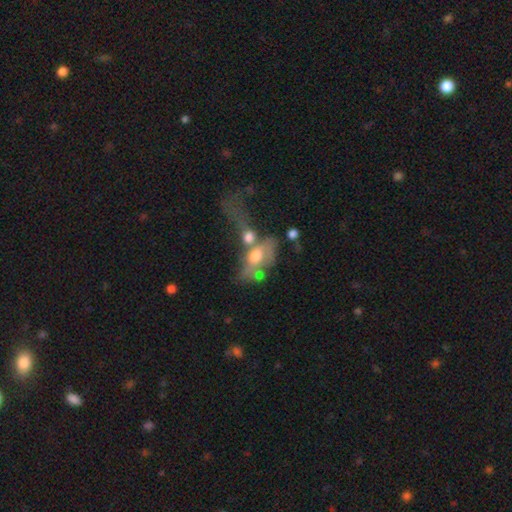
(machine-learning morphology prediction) type=smooth (48%); merging=merger (58%).